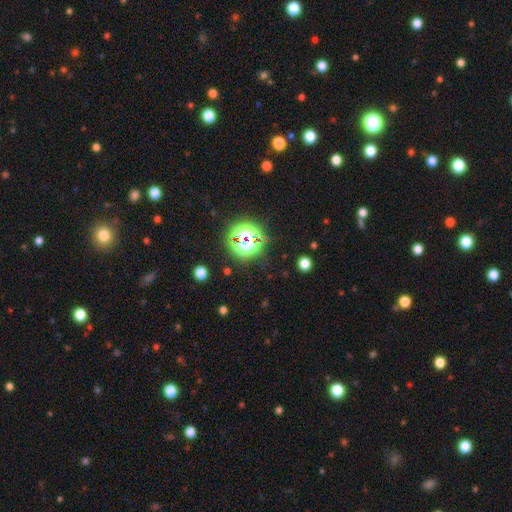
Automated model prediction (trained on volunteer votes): A star or artifact, not a galaxy (80%).

Vote fractions:
- Smooth or featured? star or artifact: 80% / smooth: 13% / featured or disk: 7%